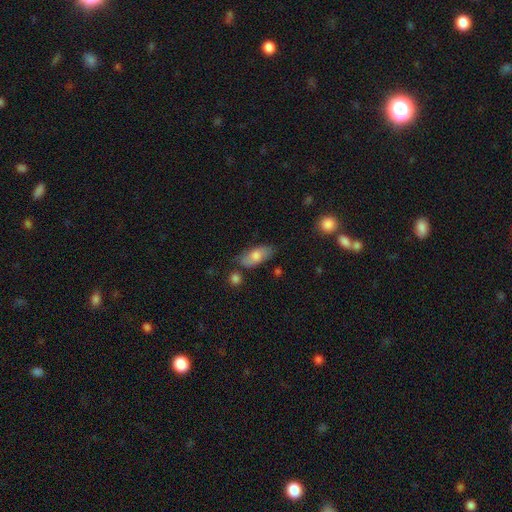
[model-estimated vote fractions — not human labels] Morphology: type=smooth (72%); roundness=in between (86%); merging=none (71%).